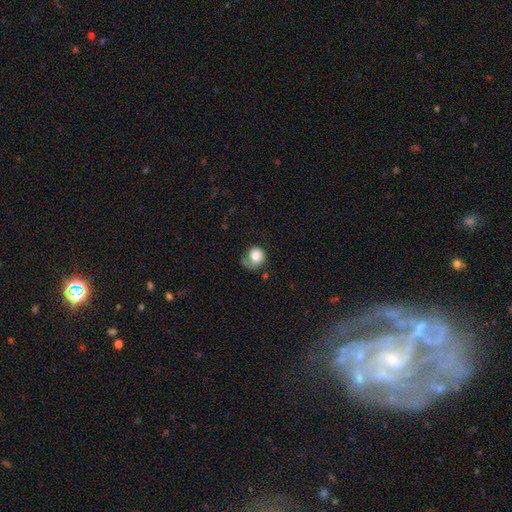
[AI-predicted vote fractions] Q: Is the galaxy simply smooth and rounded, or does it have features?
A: smooth — 76%.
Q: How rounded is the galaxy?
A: round — 79%.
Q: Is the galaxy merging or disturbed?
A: none — 40%.